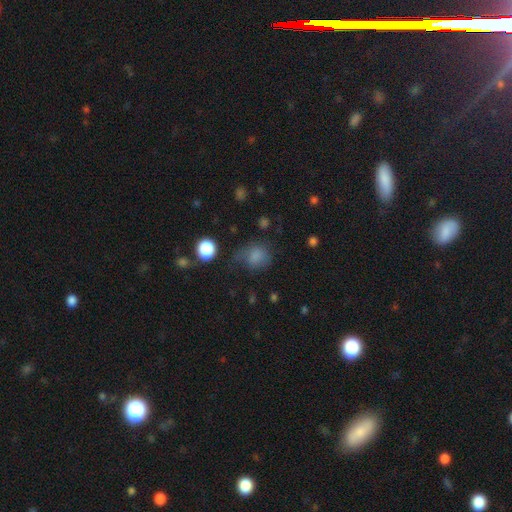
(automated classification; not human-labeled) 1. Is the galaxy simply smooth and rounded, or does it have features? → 76% smooth, 14% star or artifact, 10% featured or disk.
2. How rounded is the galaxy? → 64% round, 35% in between, 1% cigar-shaped.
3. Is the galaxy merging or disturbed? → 49% none, 27% minor disturbance, 21% major disturbance, 4% merger.